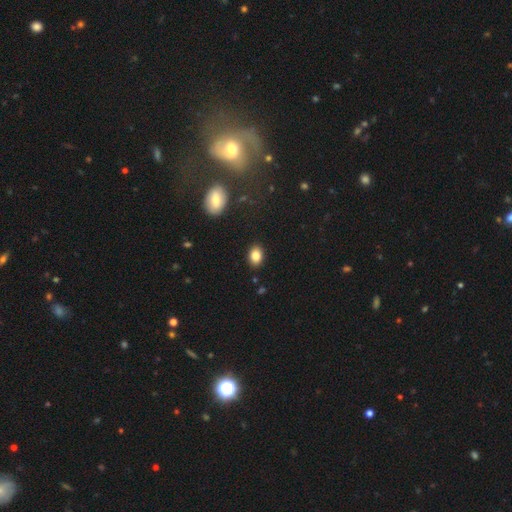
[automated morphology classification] type=smooth (85%); roundness=in between (72%); merging=none (89%).